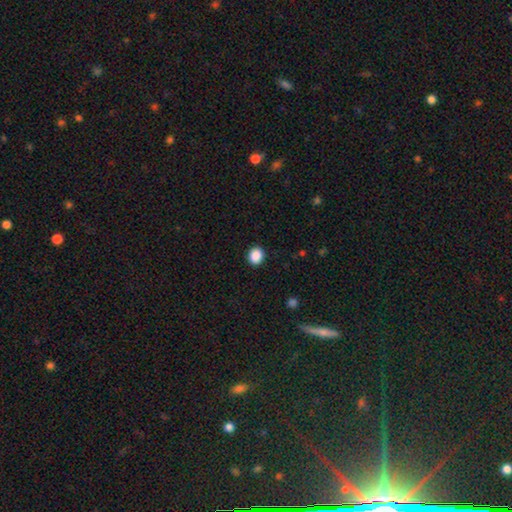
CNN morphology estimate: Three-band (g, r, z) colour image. It shows a smooth galaxy with no disk features (89%) that is round (70%). Merging: none (91%).